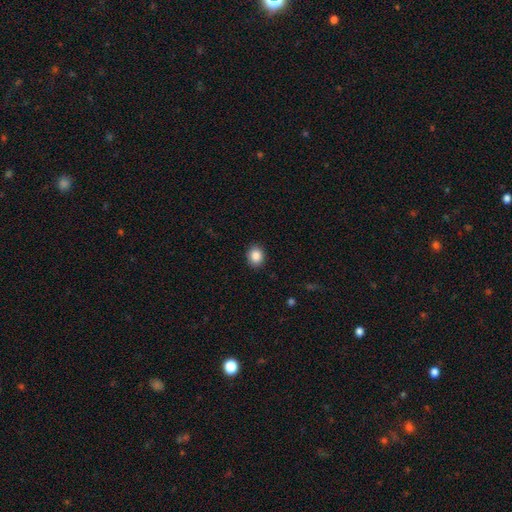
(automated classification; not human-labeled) Overall: smooth (87%). How rounded: round (64%; in between 36%). Merging: none (90%).